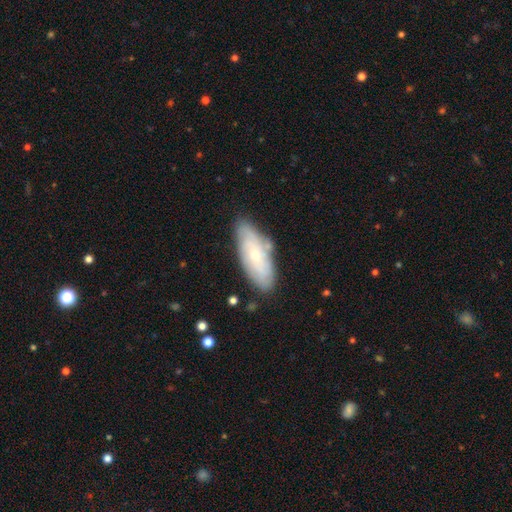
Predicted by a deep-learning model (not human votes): featured or disk 53%, smooth 40%, star or artifact 7%. Down the decision tree: edge-on disk — no (83%); merging — none (76%).